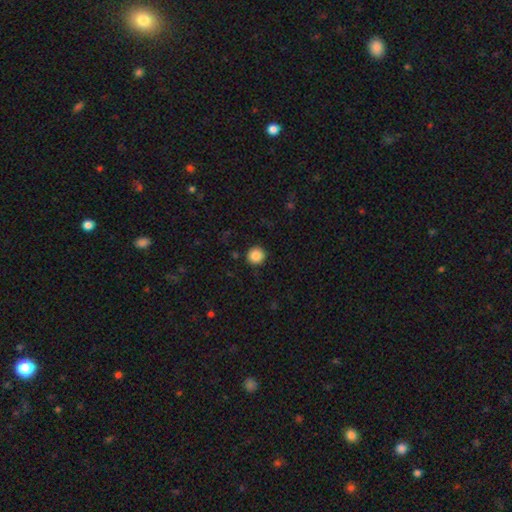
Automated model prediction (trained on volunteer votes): smooth_or_featured: smooth (p=0.87) [alt: star or artifact p=0.10]
how_rounded: round (p=0.95) [alt: in between p=0.04]
merging: none (p=0.92) [alt: minor disturbance p=0.05]